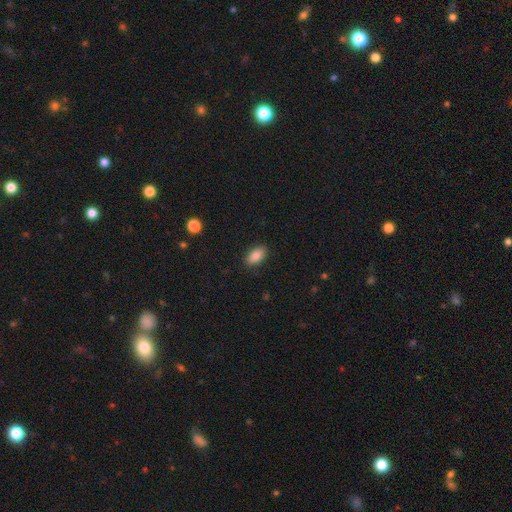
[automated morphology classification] A smooth galaxy with no disk features (87%) that is in between round and cigar-shaped (92%).

Vote fractions:
- Smooth or featured? smooth: 87% / star or artifact: 8% / featured or disk: 6%
- How rounded? in between: 92% / round: 4% / cigar-shaped: 4%
- Merging? none: 88% / minor disturbance: 8% / major disturbance: 2% / merger: 1%